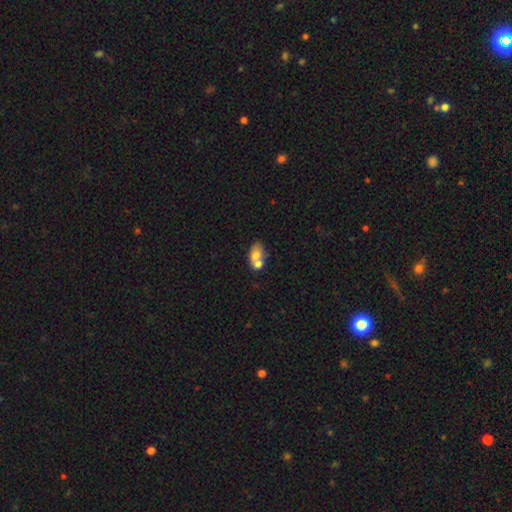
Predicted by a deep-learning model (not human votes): A smooth galaxy with no disk features (67%) that is in between round and cigar-shaped (80%). Merging: merger (53%).